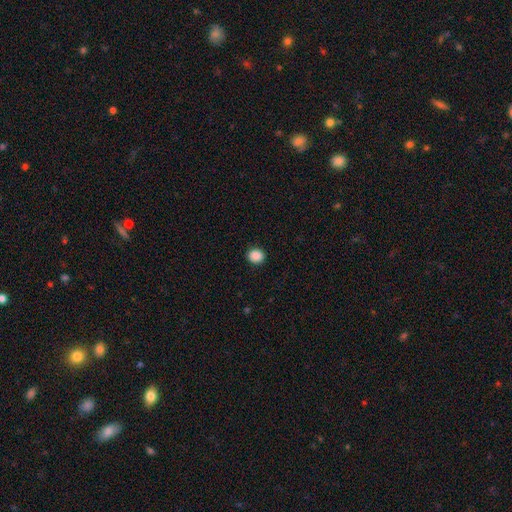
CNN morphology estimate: Smooth or featured?
  - smooth: 89% *
  - star or artifact: 9%
  - featured or disk: 2%
How rounded?
  - round: 78% *
  - in between: 21%
  - cigar-shaped: 1%
Merging?
  - none: 92% *
  - minor disturbance: 5%
  - major disturbance: 2%
  - merger: 1%